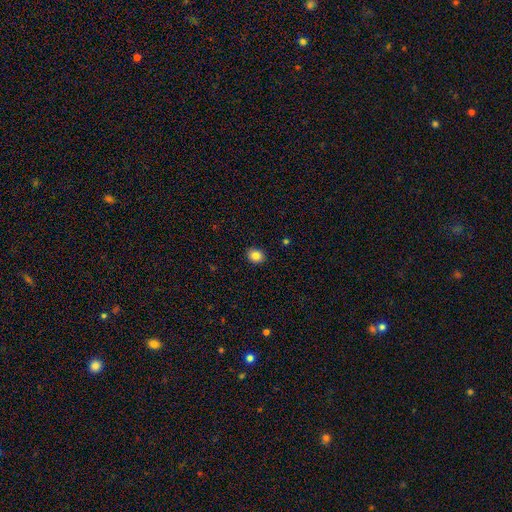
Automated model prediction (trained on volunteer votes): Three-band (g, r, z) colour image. It shows a smooth galaxy with no disk features (85%) that is round (60%). Merging: none (91%).